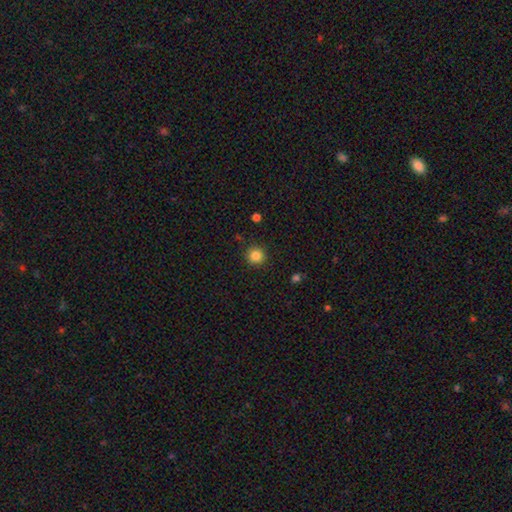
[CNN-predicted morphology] Smooth or featured? smooth (84%)
How rounded? round (94%)
Merging? none (90%)